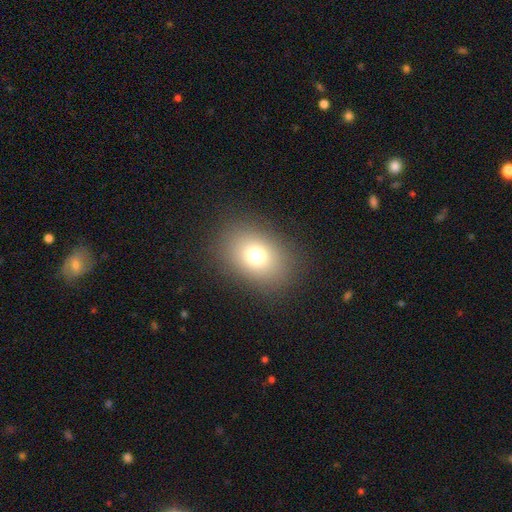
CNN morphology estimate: Smooth or featured? Predicted: smooth (p=0.75). How rounded? Predicted: in between (p=0.66). Merging? Predicted: none (p=0.87).